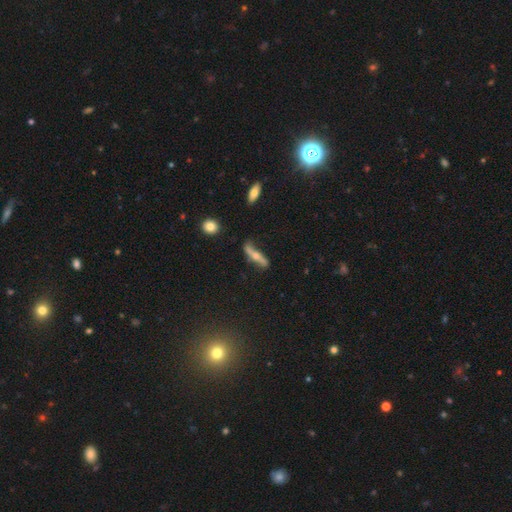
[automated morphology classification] A featured or disk galaxy (64%) viewed edge-on (64%). Merging: none (65%).